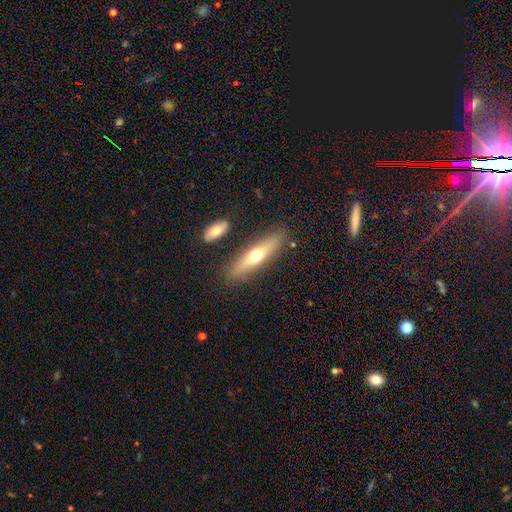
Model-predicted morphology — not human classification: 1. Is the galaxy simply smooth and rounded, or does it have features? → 50% smooth, 44% featured or disk, 6% star or artifact.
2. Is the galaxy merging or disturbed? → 83% none, 10% minor disturbance, 4% merger, 3% major disturbance.